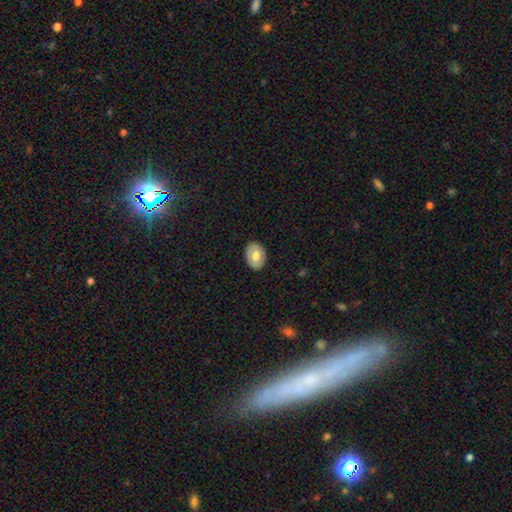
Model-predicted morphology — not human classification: This appears to be a smooth galaxy with no disk features (63%) that is in between round and cigar-shaped (74%). Merging: none (87%).